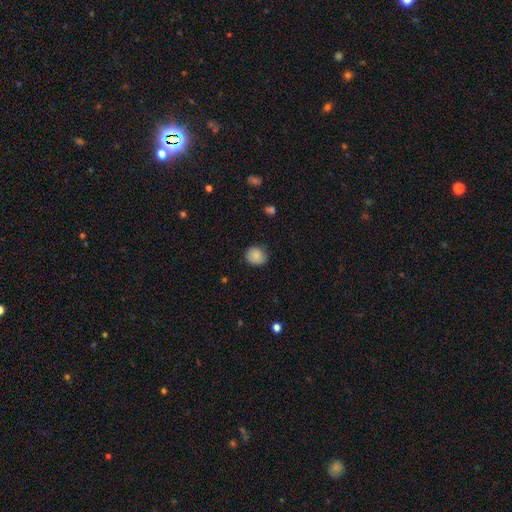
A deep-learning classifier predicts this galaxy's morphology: type=smooth (87%); roundness=round (78%); merging=none (82%).